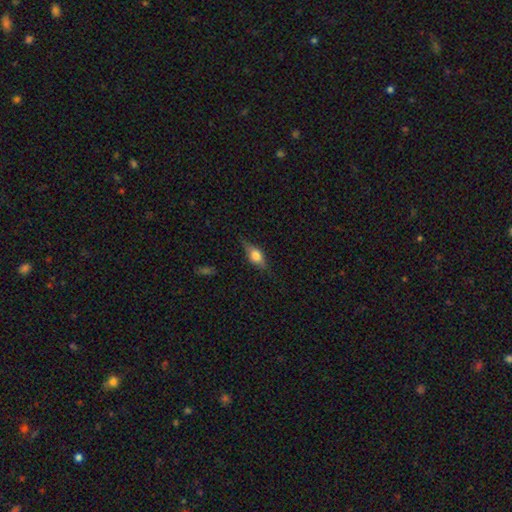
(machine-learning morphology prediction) A smooth galaxy with no disk features (50%) that is in between round and cigar-shaped (70%). Merging: none (77%).